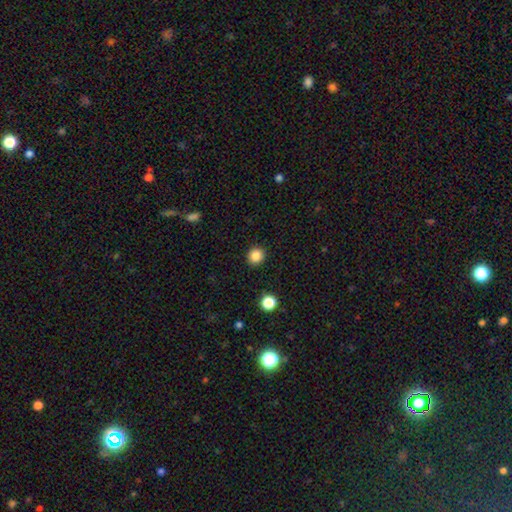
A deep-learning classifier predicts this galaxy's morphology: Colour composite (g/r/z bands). It shows a smooth galaxy with no disk features (85%) that is round (89%). Merging: none (92%).